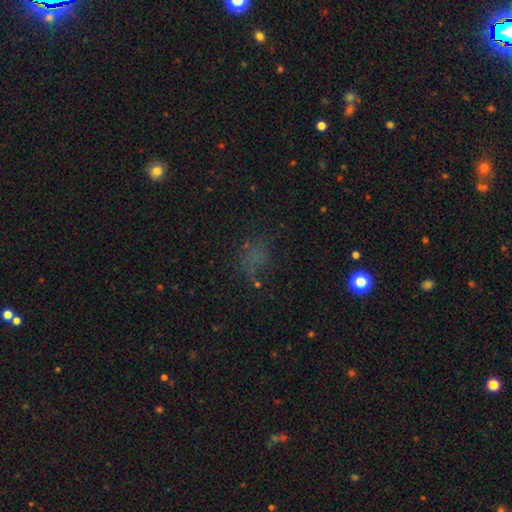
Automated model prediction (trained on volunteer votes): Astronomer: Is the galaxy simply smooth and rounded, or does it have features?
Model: smooth — 49% (runner-up: star or artifact, 34%).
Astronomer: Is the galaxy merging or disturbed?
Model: none — 58%.